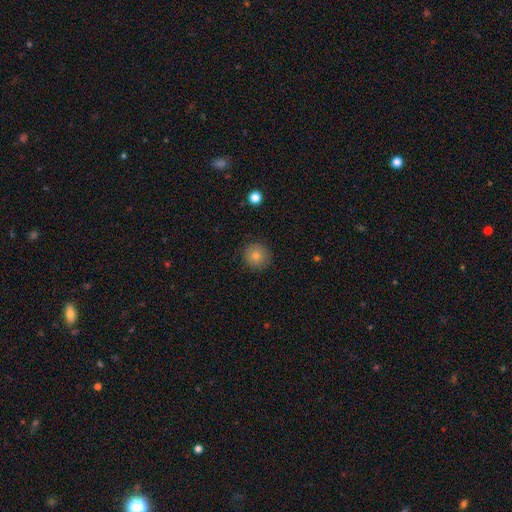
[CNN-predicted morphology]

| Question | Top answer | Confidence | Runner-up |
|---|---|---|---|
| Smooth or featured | smooth | 78% | featured or disk (11%) |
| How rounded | round | 95% | in between (4%) |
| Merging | none | 91% | minor disturbance (7%) |